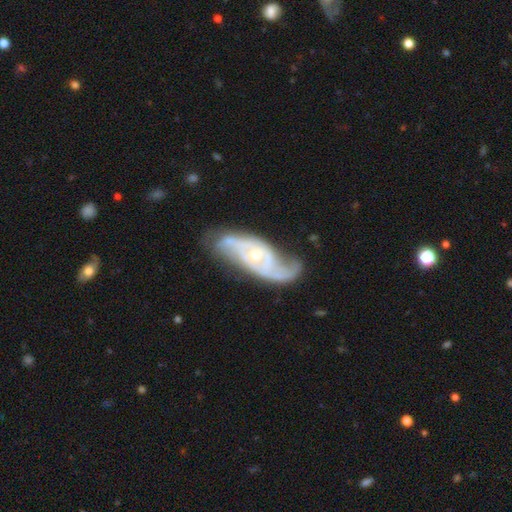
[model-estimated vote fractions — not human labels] Morphology: type=featured or disk (87%); edge-on=no (92%); bar=no (61%); spiral arms=yes (94%); winding=medium (44%); arm count=2 (68%); bulge=small (57%); merging=none (60%).